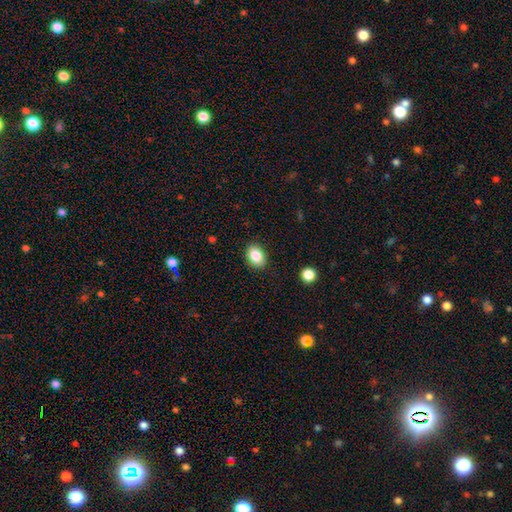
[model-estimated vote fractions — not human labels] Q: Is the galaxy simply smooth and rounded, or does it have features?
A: smooth — 85%.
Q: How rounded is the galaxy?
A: in between — 73%.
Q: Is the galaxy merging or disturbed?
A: none — 88%.